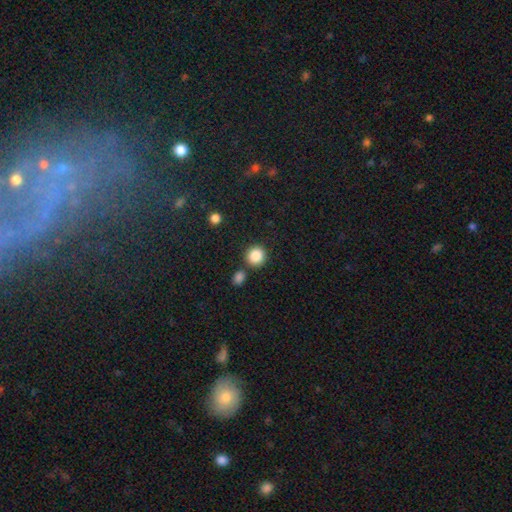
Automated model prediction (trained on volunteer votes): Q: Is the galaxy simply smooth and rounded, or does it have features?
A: smooth — 87%.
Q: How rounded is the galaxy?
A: round — 90%.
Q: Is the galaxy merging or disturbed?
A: none — 78%.